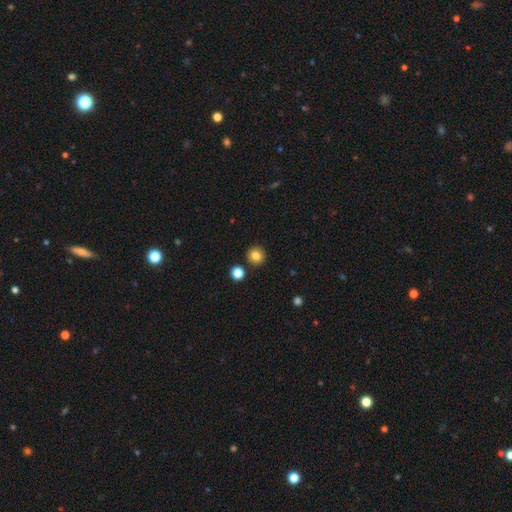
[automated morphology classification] smooth_or_featured: smooth (p=0.82) [alt: star or artifact p=0.11]
how_rounded: round (p=0.93) [alt: in between p=0.06]
merging: none (p=0.89) [alt: minor disturbance p=0.06]